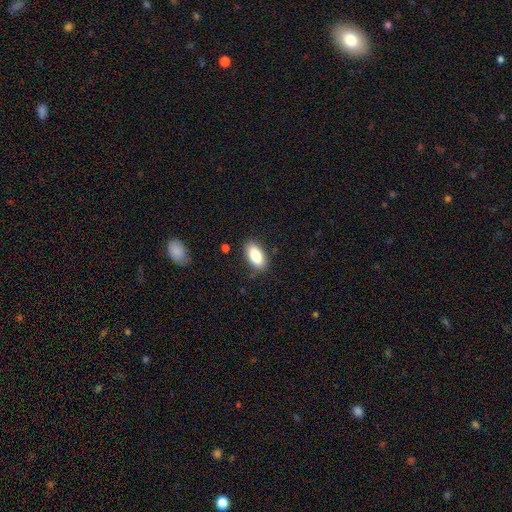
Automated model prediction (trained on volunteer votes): Overall: smooth (84%). How rounded: in between (90%). Merging: none (85%).